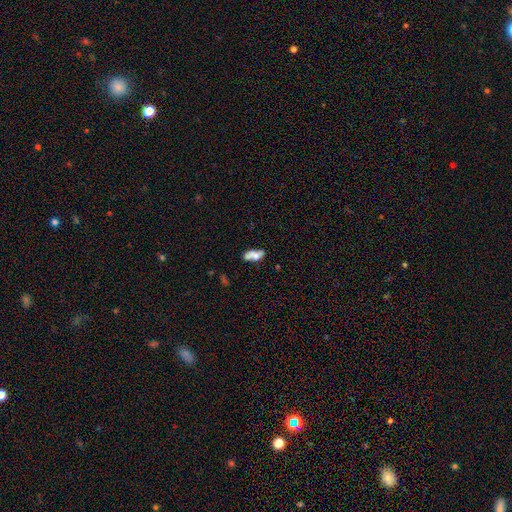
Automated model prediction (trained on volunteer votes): Smooth or featured? Predicted: smooth (p=0.57). How rounded? Predicted: in between (p=0.82). Merging? Predicted: none (p=0.45).